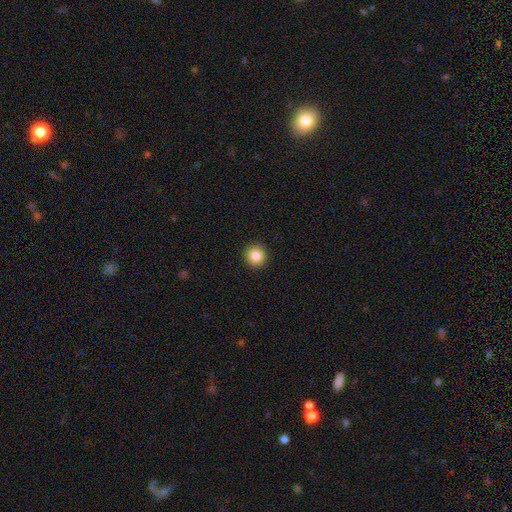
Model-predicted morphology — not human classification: smooth 86%, star or artifact 10%, featured or disk 5%. Down the decision tree: how rounded — round (94%); merging — none (93%).